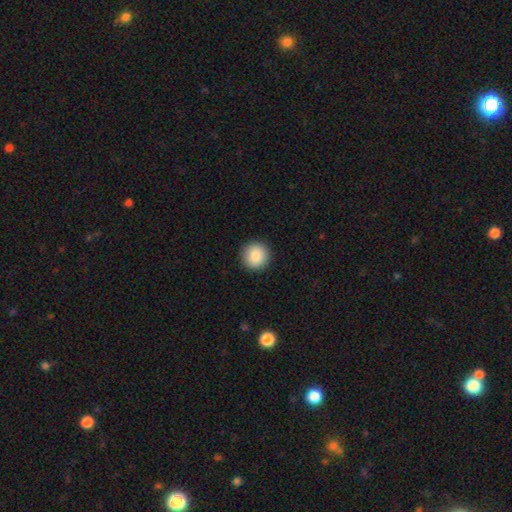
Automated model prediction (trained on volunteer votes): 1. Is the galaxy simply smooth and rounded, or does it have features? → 86% smooth, 8% star or artifact, 6% featured or disk.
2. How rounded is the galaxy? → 95% round, 4% in between, 1% cigar-shaped.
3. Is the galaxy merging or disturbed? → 93% none, 4% minor disturbance, 2% major disturbance, 1% merger.